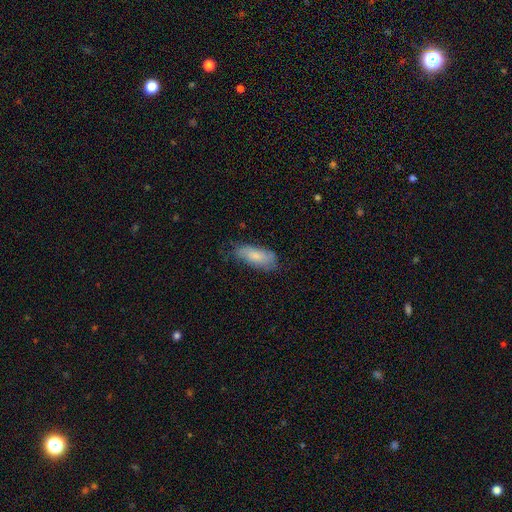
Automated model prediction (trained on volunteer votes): This is likely a smooth galaxy (71%). How rounded: likely in between (75%). Merging: likely none (64%).